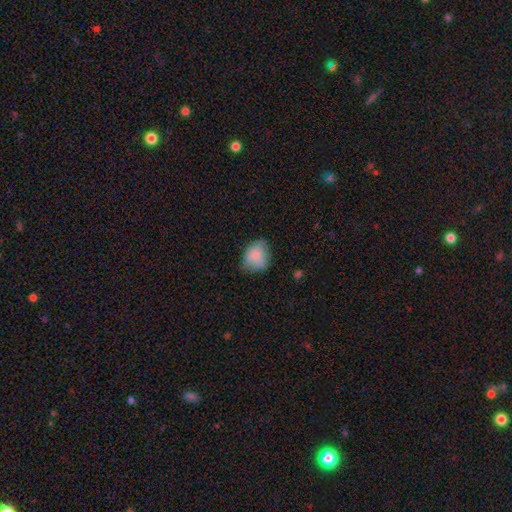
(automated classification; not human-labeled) smooth 77%, featured or disk 14%, star or artifact 8%. Down the decision tree: how rounded — round (55%); merging — none (56%).